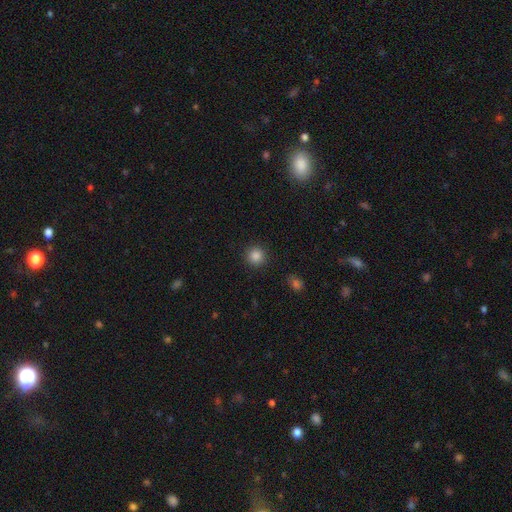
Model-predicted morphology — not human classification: smooth-or-featured: smooth: 85% | star or artifact: 11% | featured or disk: 4%
  how-rounded: round: 95% | in between: 4% | cigar-shaped: 1%
  merging: none: 91% | minor disturbance: 5% | major disturbance: 2% | merger: 1%